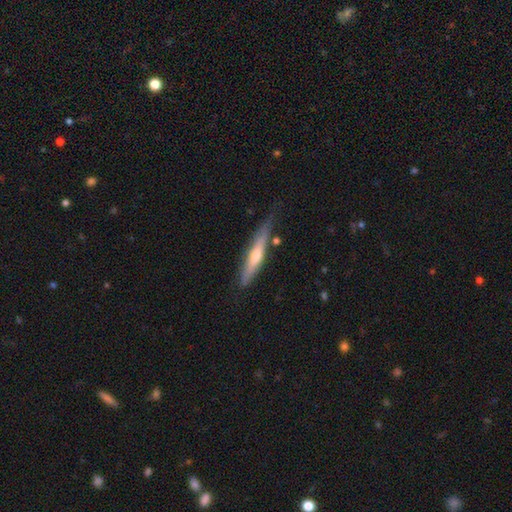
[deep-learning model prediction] This appears to be a featured or disk galaxy (57%) viewed edge-on (92%) with a rounded central bulge (80%). Merging: none (73%).